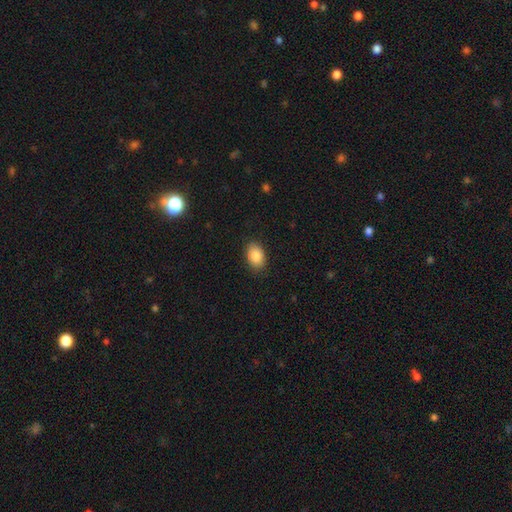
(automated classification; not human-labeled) The model was most divided on "how rounded": in between: 85%, round: 14%, cigar-shaped: 1%. More confident: merging — none (87%); smooth or featured — smooth (87%).